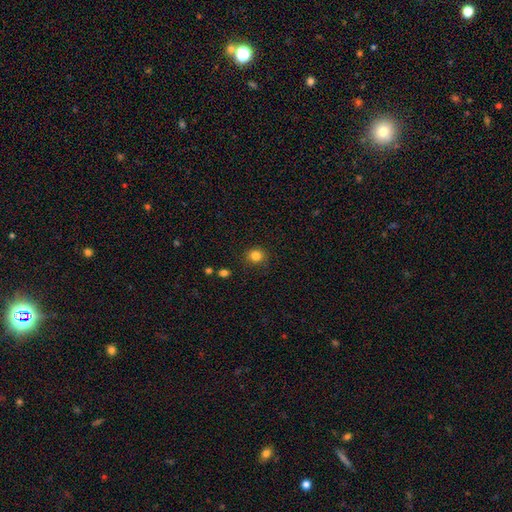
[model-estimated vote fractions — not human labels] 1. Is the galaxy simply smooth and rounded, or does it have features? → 83% smooth, 12% star or artifact, 5% featured or disk.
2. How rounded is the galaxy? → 84% round, 15% in between, 1% cigar-shaped.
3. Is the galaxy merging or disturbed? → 85% none, 11% minor disturbance, 3% major disturbance, 2% merger.